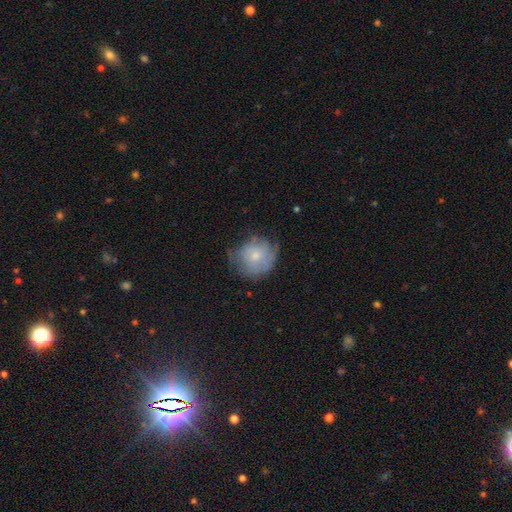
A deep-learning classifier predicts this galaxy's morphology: smooth-or-featured: smooth: 57% | featured or disk: 36% | star or artifact: 8%
  how-rounded: round: 81% | in between: 18% | cigar-shaped: 1%
  merging: none: 51% | minor disturbance: 34% | major disturbance: 13% | merger: 2%